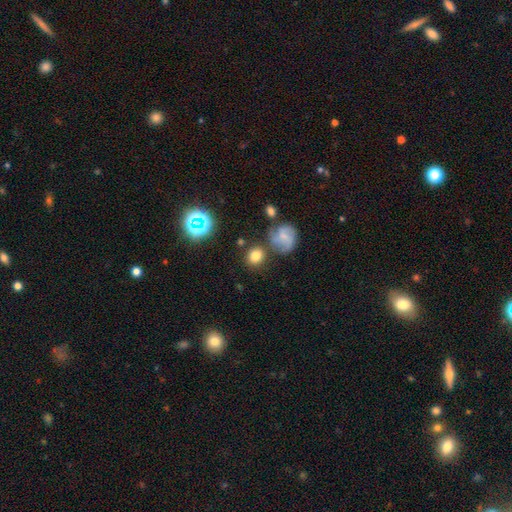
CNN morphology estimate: smooth 74%, featured or disk 13%, star or artifact 13%. Down the decision tree: how rounded — round (80%); merging — none (72%).